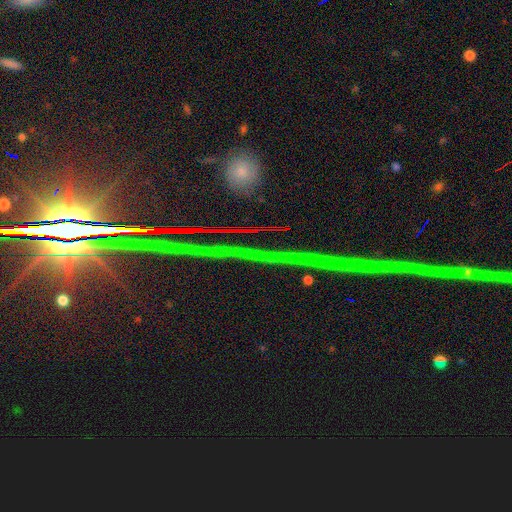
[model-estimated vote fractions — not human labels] Overall: star or artifact (84%).